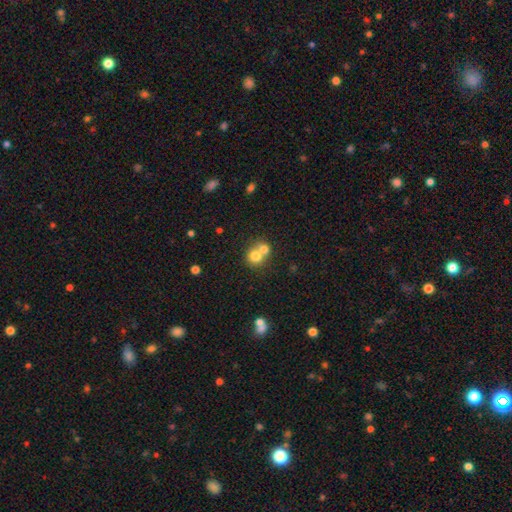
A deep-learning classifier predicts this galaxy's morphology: Overall: smooth (75%). How rounded: round (81%). Merging: merger (58%; none 34%).